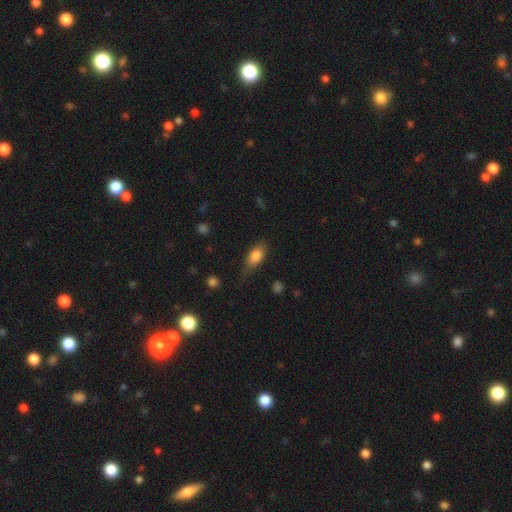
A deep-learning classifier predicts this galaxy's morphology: type=smooth (79%); roundness=in between (82%); merging=none (58%).